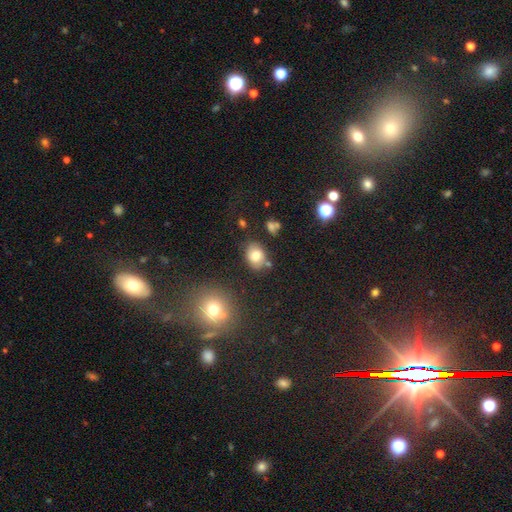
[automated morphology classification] smooth_or_featured: smooth (p=0.74) [alt: featured or disk p=0.15]
how_rounded: in between (p=0.62) [alt: round p=0.37]
merging: none (p=0.72) [alt: minor disturbance p=0.16]